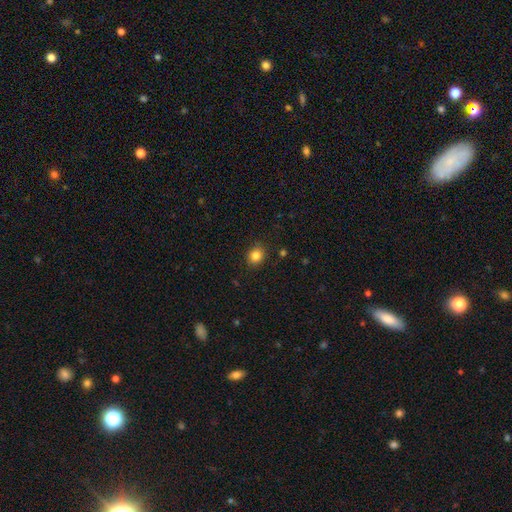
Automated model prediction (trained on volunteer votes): Smooth or featured?
  - smooth: 84% *
  - star or artifact: 11%
  - featured or disk: 5%
How rounded?
  - round: 73% *
  - in between: 27%
  - cigar-shaped: 1%
Merging?
  - none: 88% *
  - minor disturbance: 9%
  - major disturbance: 2%
  - merger: 1%